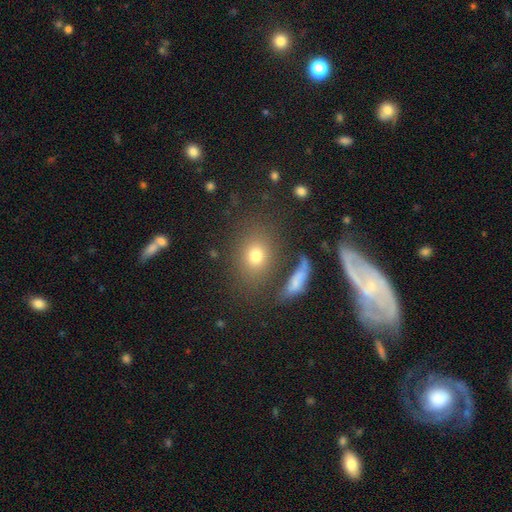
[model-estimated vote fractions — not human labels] Overall: smooth (72%). How rounded: in between (50%; round 48%). Merging: none (71%).